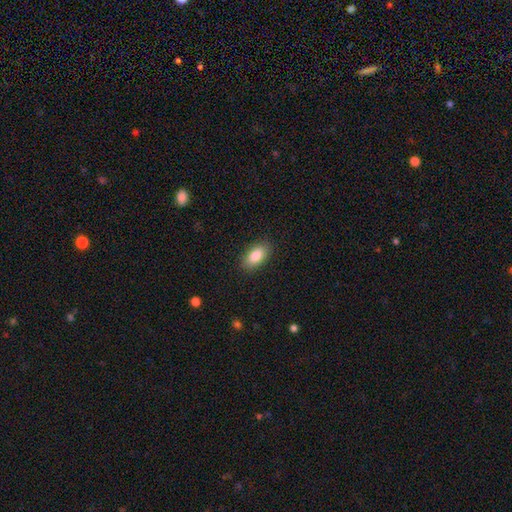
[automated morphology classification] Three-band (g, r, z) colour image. It shows a smooth galaxy with no disk features (85%) that is in between round and cigar-shaped (91%). Merging: none (87%).